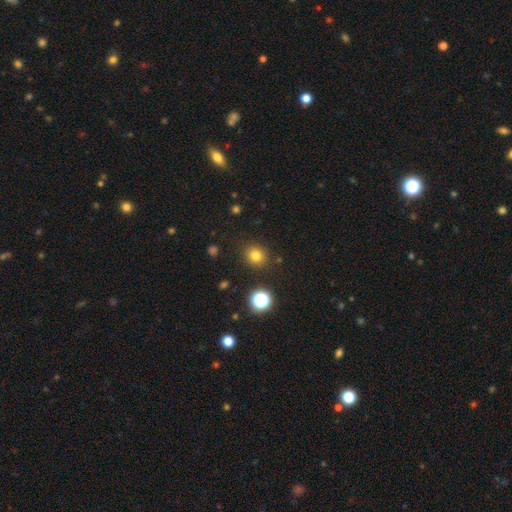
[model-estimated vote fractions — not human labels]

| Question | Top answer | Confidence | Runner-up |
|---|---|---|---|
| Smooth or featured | smooth | 78% | star or artifact (16%) |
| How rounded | round | 85% | in between (14%) |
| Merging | none | 88% | minor disturbance (7%) |